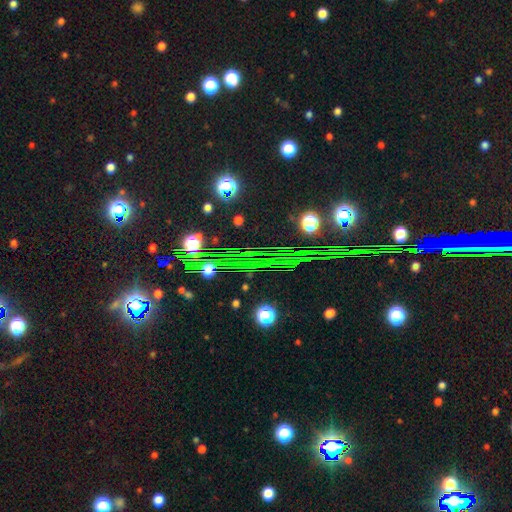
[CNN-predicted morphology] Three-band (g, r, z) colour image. It shows a star or artifact, not a galaxy (71%).